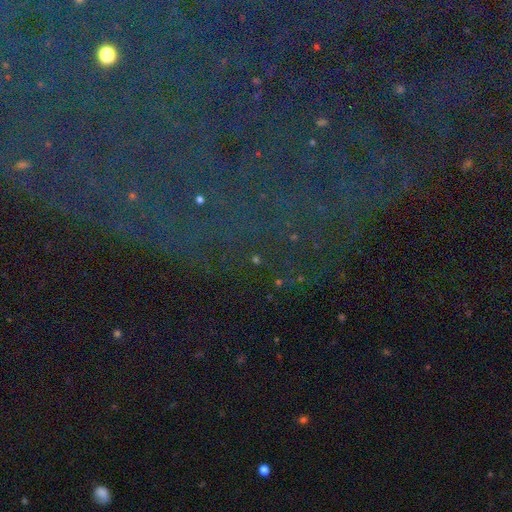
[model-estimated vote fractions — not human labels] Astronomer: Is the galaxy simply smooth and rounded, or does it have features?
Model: star or artifact — 85%.